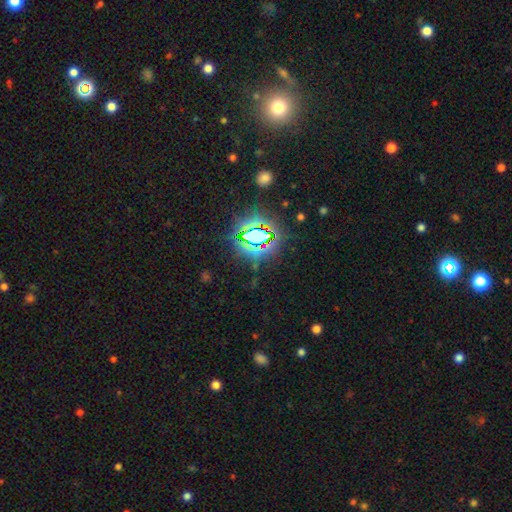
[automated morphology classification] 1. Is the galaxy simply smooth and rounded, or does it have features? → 82% star or artifact, 11% smooth, 7% featured or disk.